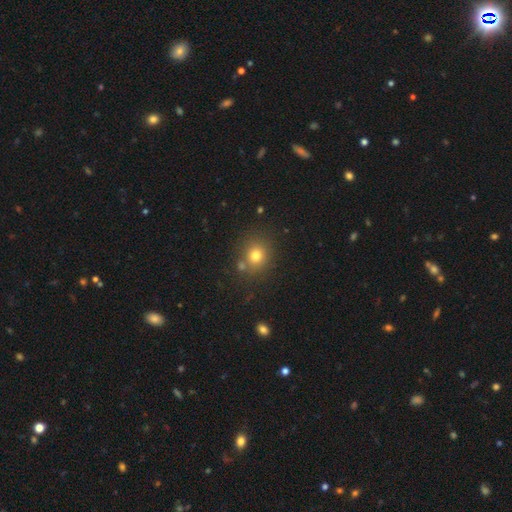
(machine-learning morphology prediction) The model was most divided on "how rounded": round: 80%, in between: 20%, cigar-shaped: 1%. More confident: smooth or featured — smooth (76%); merging — none (73%).